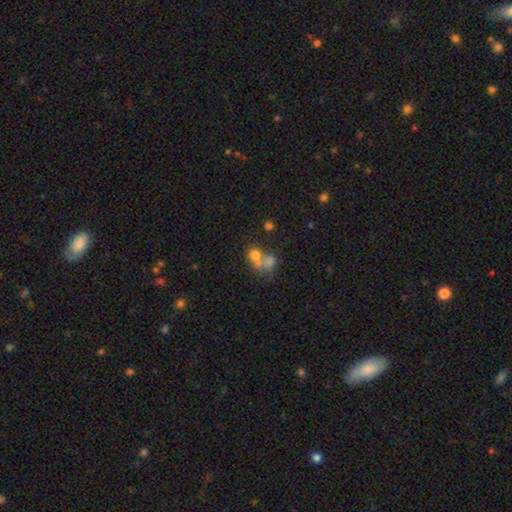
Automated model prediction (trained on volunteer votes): Smooth or featured? smooth (63%)
How rounded? round (64%)
Merging? merger (62%)